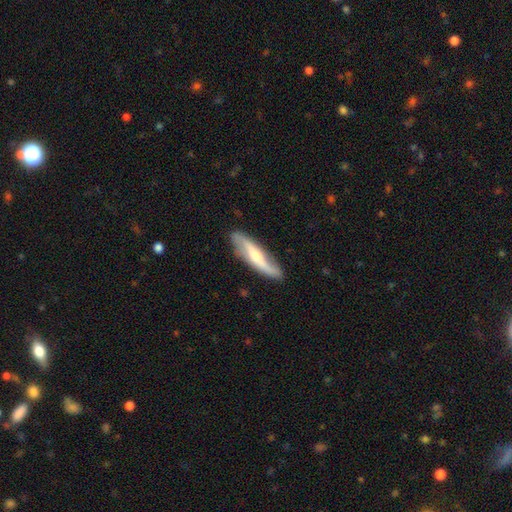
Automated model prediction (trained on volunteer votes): Smooth or featured? Predicted: featured or disk (p=0.61). Edge-on disk? Predicted: no (p=0.55). Merging? Predicted: none (p=0.81).